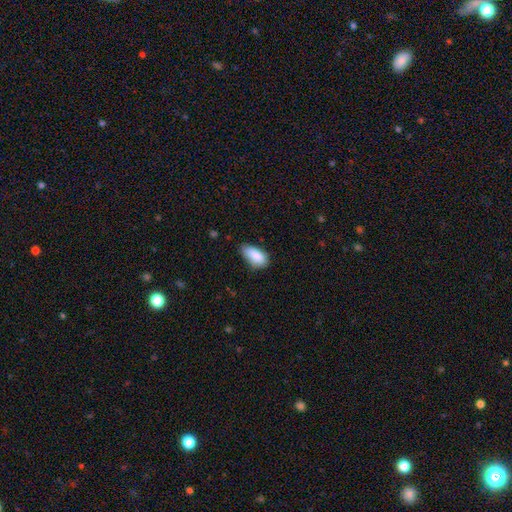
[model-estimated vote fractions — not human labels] Smooth or featured? Predicted: smooth (p=0.88). How rounded? Predicted: in between (p=0.91). Merging? Predicted: none (p=0.63).